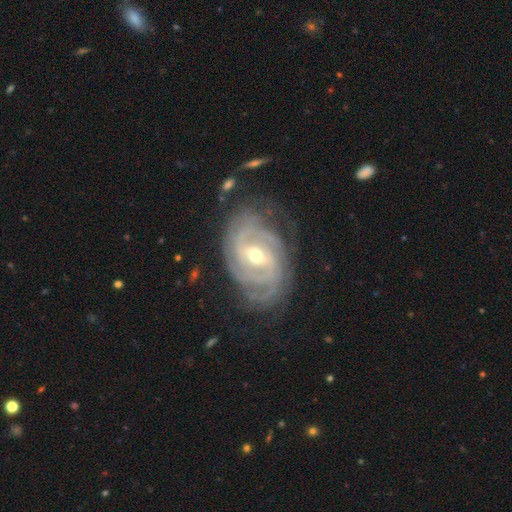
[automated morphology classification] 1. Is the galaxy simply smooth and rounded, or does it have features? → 90% featured or disk, 5% smooth, 5% star or artifact.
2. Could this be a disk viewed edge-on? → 96% no, 4% yes.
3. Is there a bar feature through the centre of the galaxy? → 49% weak, 30% strong, 21% no.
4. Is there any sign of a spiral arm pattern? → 97% yes, 3% no.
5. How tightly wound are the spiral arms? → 68% tight, 26% medium, 6% loose.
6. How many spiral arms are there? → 26% 2 (tied), 26% can't tell (tied), 22% 3, 14% 4, 6% more than 4, 5% 1.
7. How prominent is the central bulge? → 58% moderate, 38% small, 3% large, 1% none, 1% dominant.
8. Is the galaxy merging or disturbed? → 70% none, 19% minor disturbance, 9% major disturbance, 2% merger.